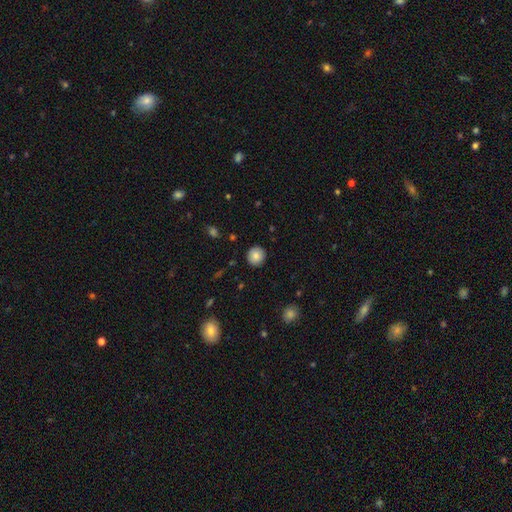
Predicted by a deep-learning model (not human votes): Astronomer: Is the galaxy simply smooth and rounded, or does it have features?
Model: smooth — 83%.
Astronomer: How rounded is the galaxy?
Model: round — 94%.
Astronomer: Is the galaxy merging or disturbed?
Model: none — 91%.